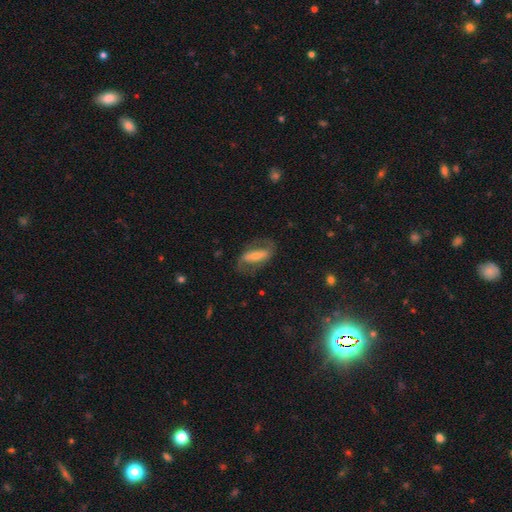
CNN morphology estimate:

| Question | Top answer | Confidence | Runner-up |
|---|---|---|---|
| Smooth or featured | featured or disk | 62% | smooth (31%) |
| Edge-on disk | no | 89% | yes (11%) |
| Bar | strong | 56% | weak (25%) |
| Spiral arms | yes | 76% | no (24%) |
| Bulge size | small | 44% | moderate (29%) |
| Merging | none | 65% | minor disturbance (17%) |